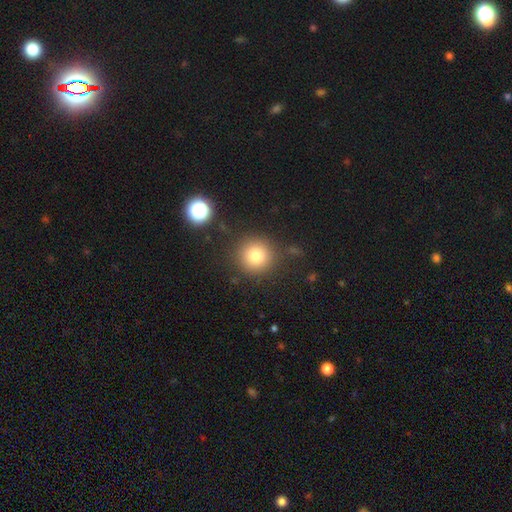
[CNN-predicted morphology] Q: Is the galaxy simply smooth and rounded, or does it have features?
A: smooth — 79%.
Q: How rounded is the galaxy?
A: round — 94%.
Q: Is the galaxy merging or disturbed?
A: none — 85%.